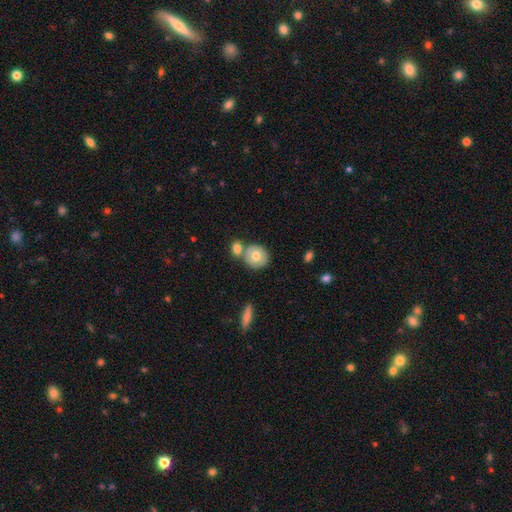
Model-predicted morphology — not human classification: A smooth galaxy with no disk features (67%) that is round (77%).

Vote fractions:
- Smooth or featured? smooth: 67% / featured or disk: 26% / star or artifact: 7%
- How rounded? round: 77% / in between: 22% / cigar-shaped: 1%
- Merging? none: 52% / merger: 33% / minor disturbance: 11% / major disturbance: 3%